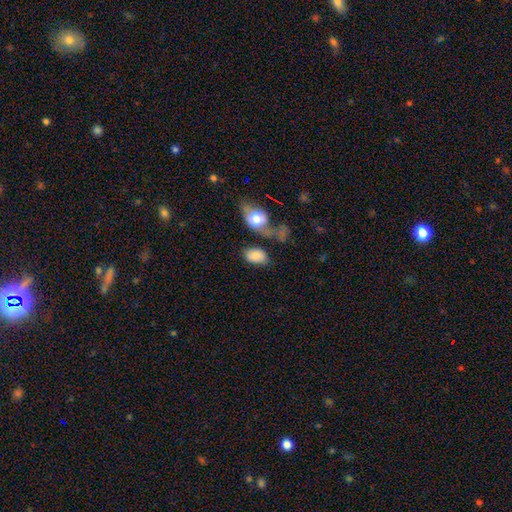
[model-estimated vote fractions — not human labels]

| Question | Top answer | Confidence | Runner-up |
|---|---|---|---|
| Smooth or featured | smooth | 80% | featured or disk (13%) |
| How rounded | in between | 88% | round (10%) |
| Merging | none | 50% | minor disturbance (19%) |